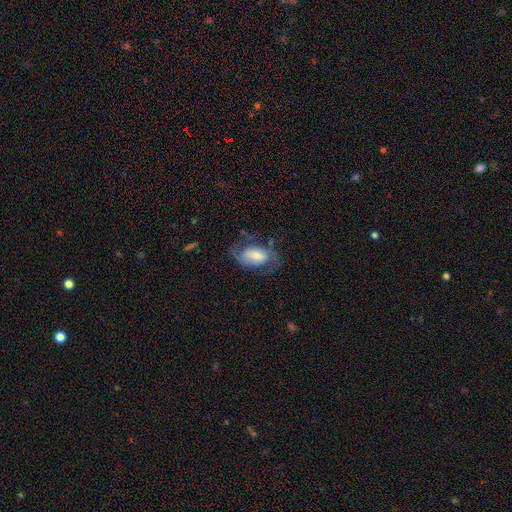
A featured or disk galaxy (59%) with a weak bar (50%), 2 (94%) medium (56%) spiral arms (82%) and a moderate central bulge (36%, tied with small). Merging: none (51%).